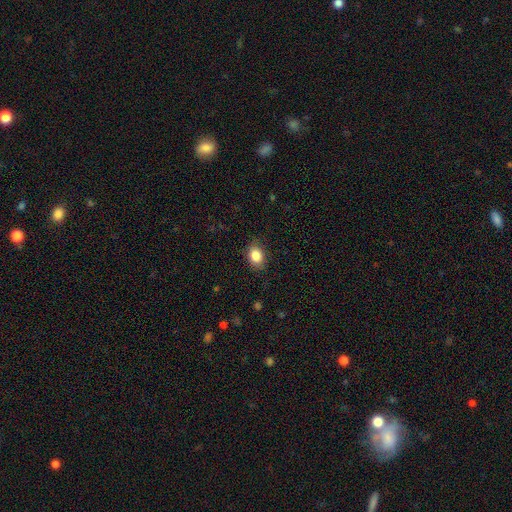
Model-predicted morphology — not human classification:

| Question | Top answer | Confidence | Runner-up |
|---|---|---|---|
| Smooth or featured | smooth | 86% | star or artifact (9%) |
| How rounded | in between | 70% | round (29%) |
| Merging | none | 84% | minor disturbance (12%) |